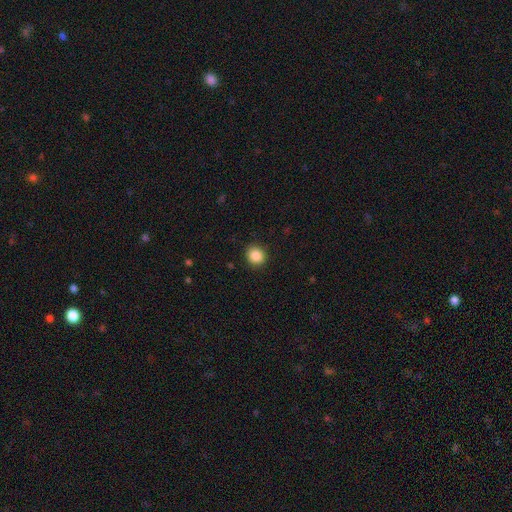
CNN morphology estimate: The model was most divided on "how rounded": round: 81%, in between: 18%, cigar-shaped: 1%. More confident: merging — none (90%); smooth or featured — smooth (87%).